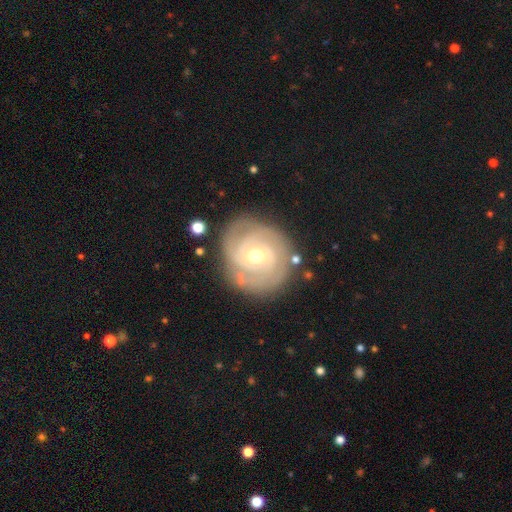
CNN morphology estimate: This is clearly a featured or disk galaxy (84%). It is clearly not viewed edge-on (97%). Bar: possibly no (59%). Spiral arm pattern: clearly yes (94%). Spiral arm count: marginally 2 (33%). Spiral winding: likely tight (73%). Central bulge: possibly moderate (53%). Merging: likely none (79%).